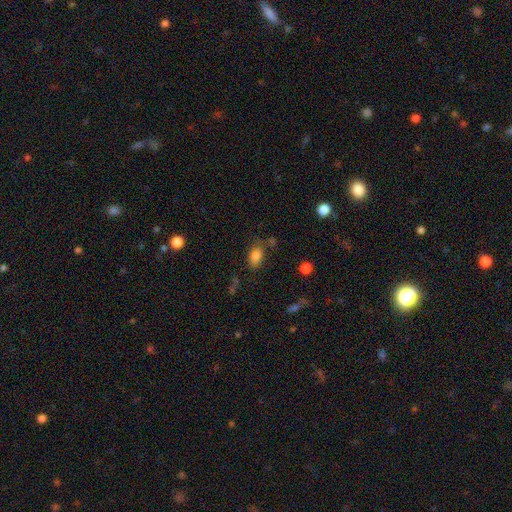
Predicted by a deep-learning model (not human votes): This appears to be a smooth galaxy with no disk features (83%) that is in between round and cigar-shaped (86%). Merging: none (71%).